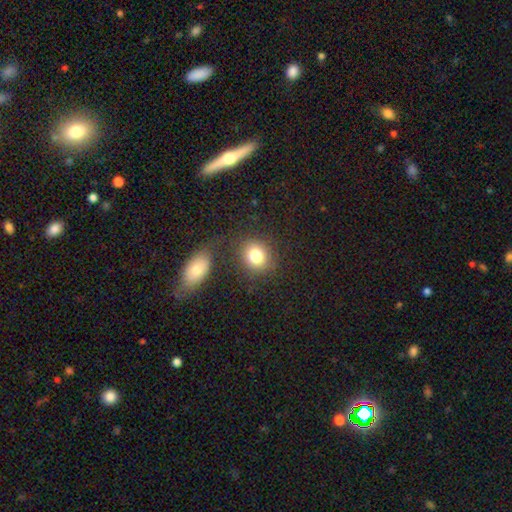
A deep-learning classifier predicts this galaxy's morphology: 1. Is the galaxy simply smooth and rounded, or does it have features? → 80% smooth, 11% star or artifact, 9% featured or disk.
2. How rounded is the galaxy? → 71% round, 28% in between, 1% cigar-shaped.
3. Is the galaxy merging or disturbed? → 74% none, 11% minor disturbance, 11% merger, 5% major disturbance.